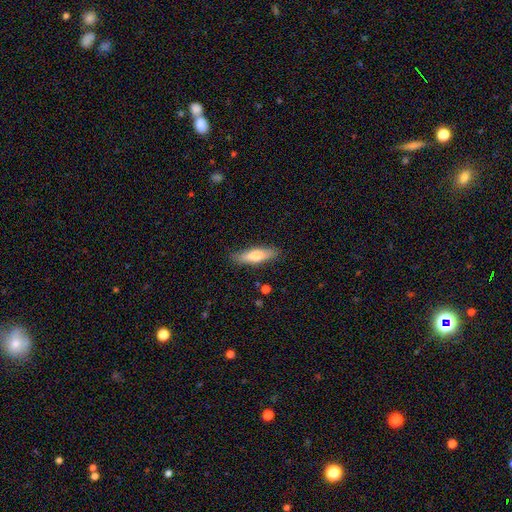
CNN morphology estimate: smooth 70%, featured or disk 25%, star or artifact 6%. Down the decision tree: how rounded — cigar-shaped (62%); merging — none (85%).